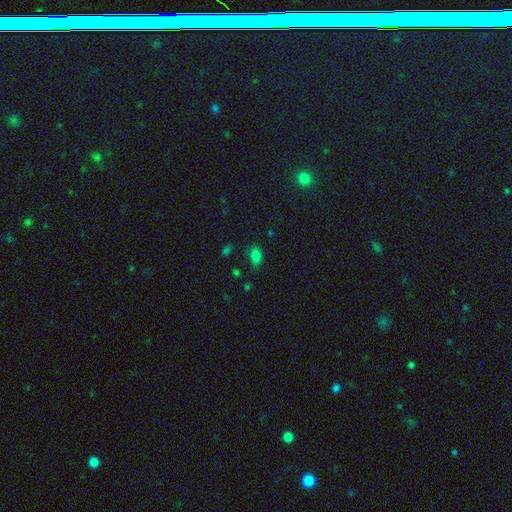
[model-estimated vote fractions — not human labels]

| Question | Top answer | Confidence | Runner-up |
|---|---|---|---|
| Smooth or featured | smooth | 78% | star or artifact (17%) |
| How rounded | in between | 84% | round (14%) |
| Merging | none | 72% | minor disturbance (20%) |